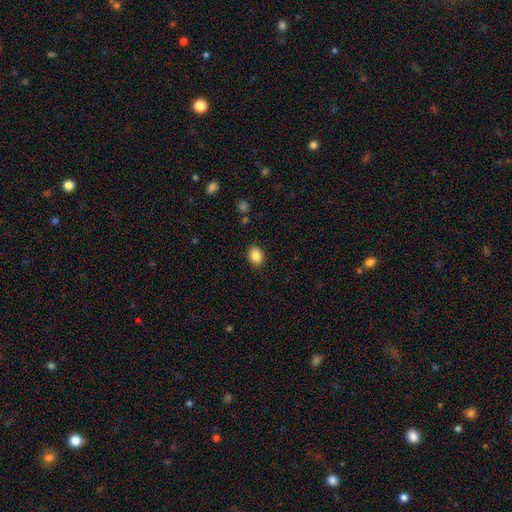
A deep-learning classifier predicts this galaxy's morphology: Overall: smooth (86%). How rounded: in between (55%; round 44%). Merging: none (89%).